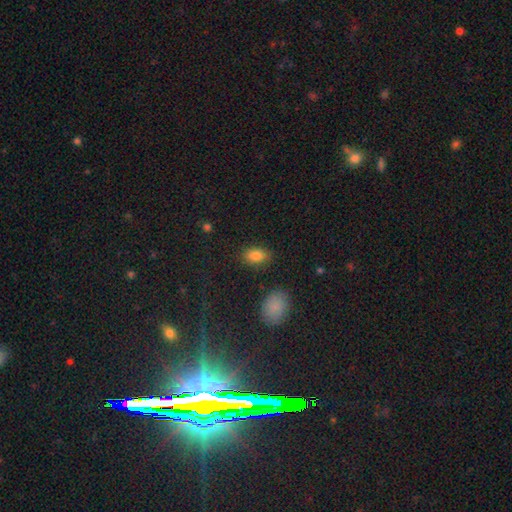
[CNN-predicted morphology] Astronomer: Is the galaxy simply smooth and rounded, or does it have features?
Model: smooth — 85%.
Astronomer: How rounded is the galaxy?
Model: in between — 87%.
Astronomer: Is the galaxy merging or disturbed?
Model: none — 84%.